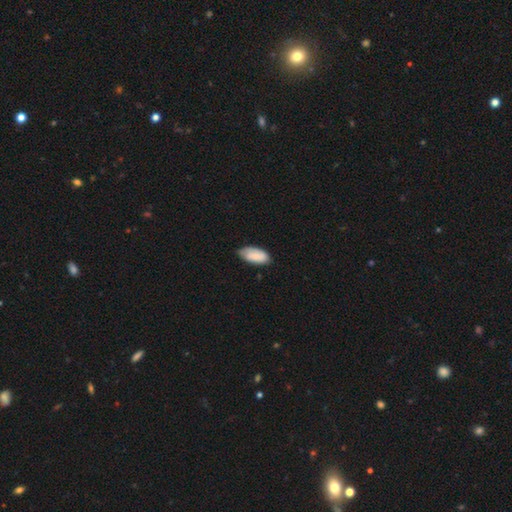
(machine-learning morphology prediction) Smooth or featured? Predicted: smooth (p=0.81). How rounded? Predicted: in between (p=0.92). Merging? Predicted: none (p=0.69).